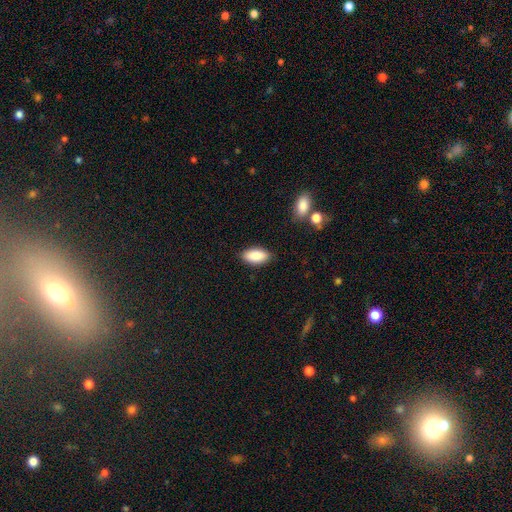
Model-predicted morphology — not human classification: Smooth or featured? smooth (89%)
How rounded? in between (92%)
Merging? none (86%)